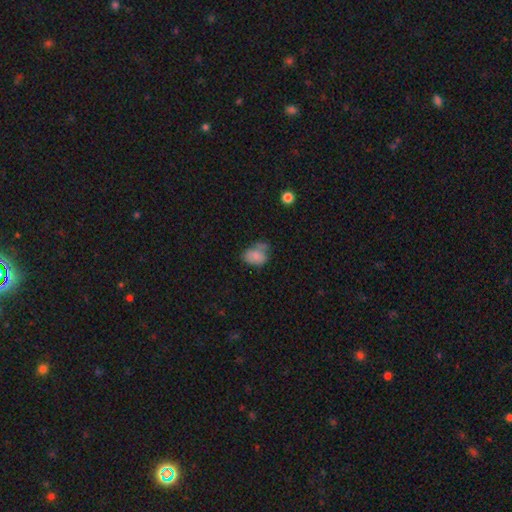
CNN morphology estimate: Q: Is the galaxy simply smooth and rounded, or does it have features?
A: smooth — 77%.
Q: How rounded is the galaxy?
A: in between — 76%.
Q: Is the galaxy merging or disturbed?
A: none — 40%.